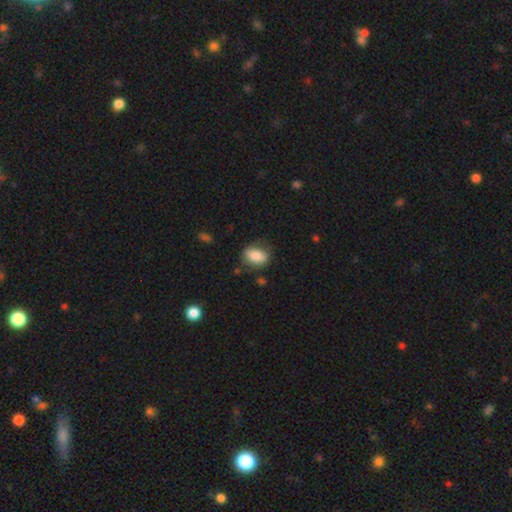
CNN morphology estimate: Smooth or featured?
  - smooth: 80% *
  - featured or disk: 13%
  - star or artifact: 7%
How rounded?
  - in between: 81% *
  - round: 16%
  - cigar-shaped: 3%
Merging?
  - none: 73% *
  - minor disturbance: 19%
  - major disturbance: 6%
  - merger: 2%